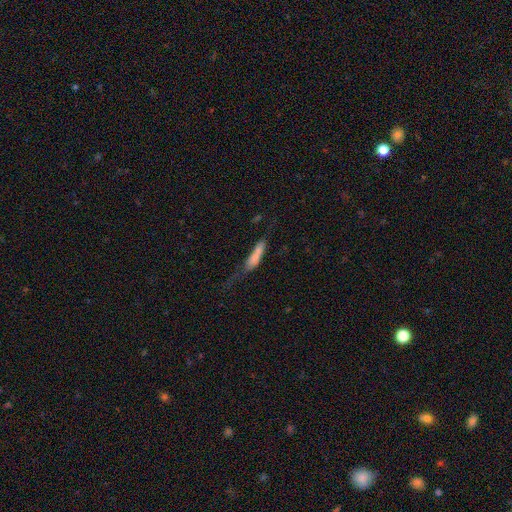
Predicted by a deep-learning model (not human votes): Smooth or featured: smooth — 66% (featured or disk — 25%)
How rounded: cigar-shaped — 67% (in between — 30%)
Merging: none — 29% (merger — 25%)